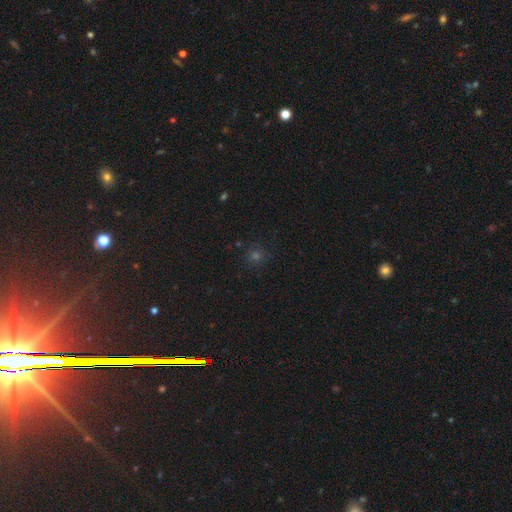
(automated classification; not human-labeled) Smooth or featured? Predicted: smooth (p=0.50). How rounded? Predicted: round (p=0.91). Merging? Predicted: none (p=0.86).